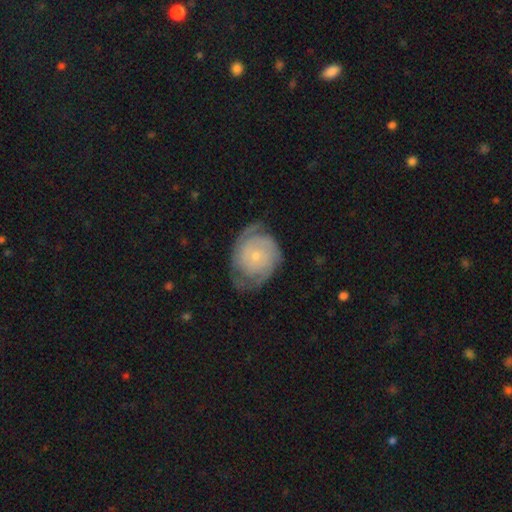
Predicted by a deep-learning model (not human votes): This appears to be a featured or disk galaxy (78%) with no bar (80%), 2 (56%) tight (62%) spiral arms (93%) and a small central bulge (75%). Merging: none (67%).